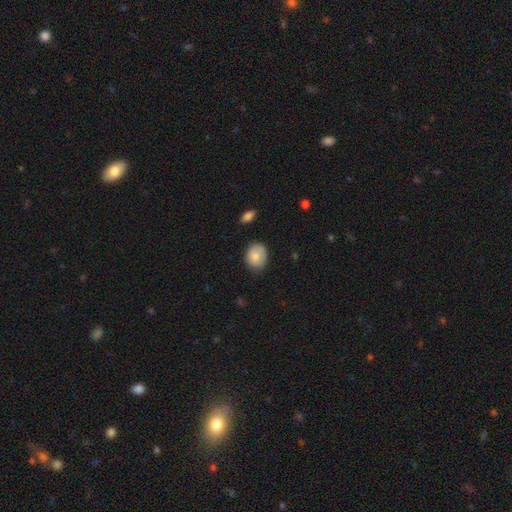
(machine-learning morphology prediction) This appears to be a smooth galaxy with no disk features (81%) that is in between round and cigar-shaped (54%). Merging: none (74%).